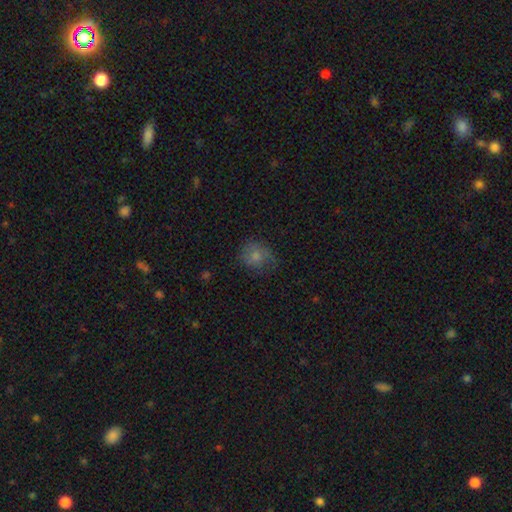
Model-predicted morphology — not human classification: type=smooth (72%); roundness=round (76%); merging=none (59%).